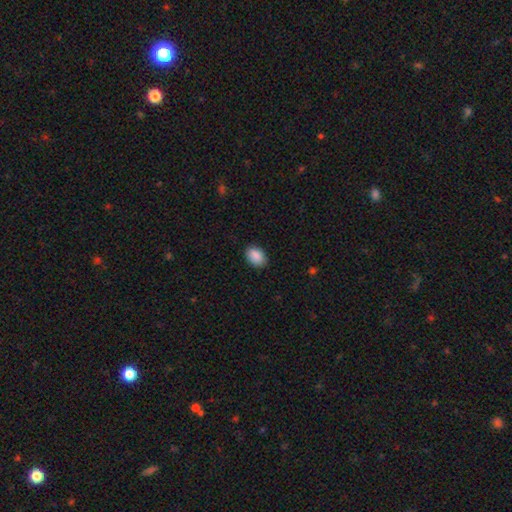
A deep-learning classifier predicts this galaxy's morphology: Smooth or featured? Predicted: smooth (p=0.90). How rounded? Predicted: in between (p=0.82). Merging? Predicted: none (p=0.87).